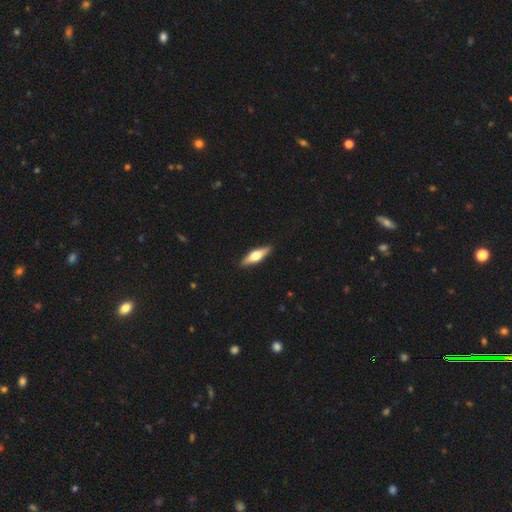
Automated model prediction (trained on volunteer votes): smooth-or-featured: featured or disk: 52% | smooth: 43% | star or artifact: 5%
  disk-edge-on: yes: 93% | no: 7%
  merging: none: 91% | minor disturbance: 7% | major disturbance: 2% | merger: 1%